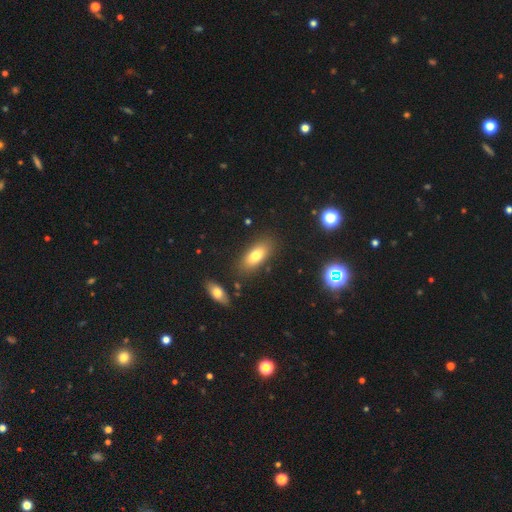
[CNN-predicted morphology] Q: Smooth or featured?
A: smooth (76%); runner-up: featured or disk (15%)
Q: How rounded?
A: in between (84%); runner-up: cigar-shaped (12%)
Q: Merging?
A: none (83%); runner-up: minor disturbance (11%)